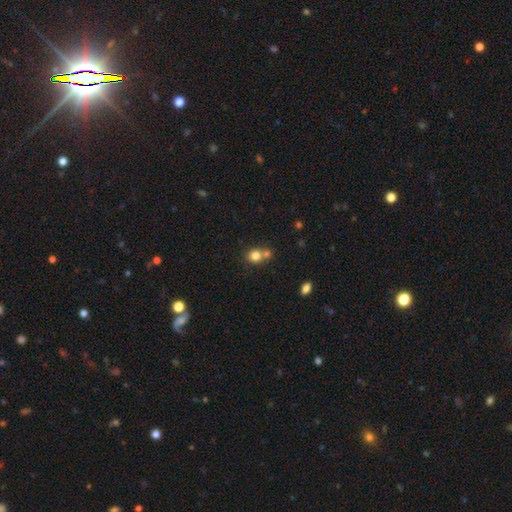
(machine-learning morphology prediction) This appears to be a smooth galaxy with no disk features (80%) that is round (79%). Merging: none (49%).